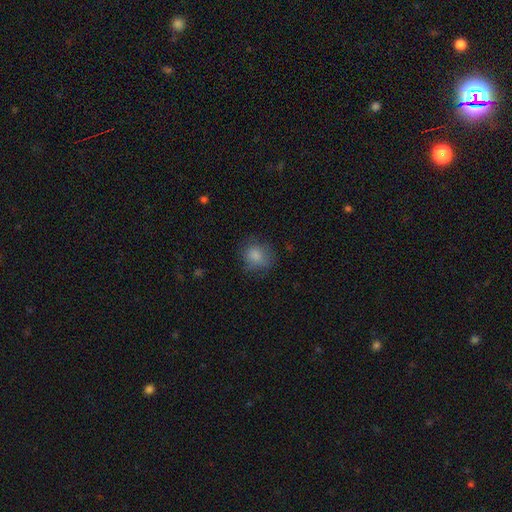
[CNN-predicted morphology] smooth 81%, star or artifact 10%, featured or disk 9%. Down the decision tree: how rounded — round (76%); merging — none (67%).